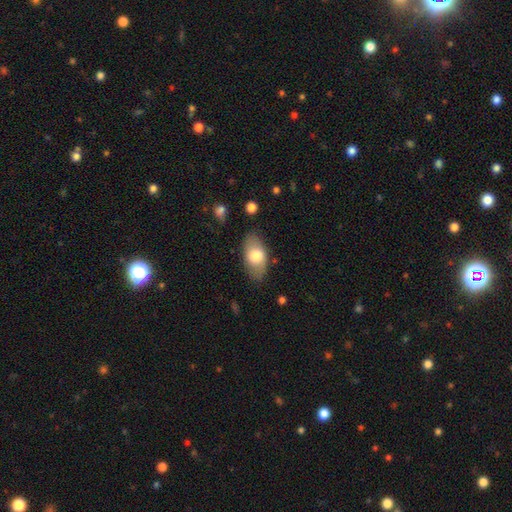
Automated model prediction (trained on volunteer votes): Smooth or featured? smooth (71%)
How rounded? in between (92%)
Merging? none (80%)